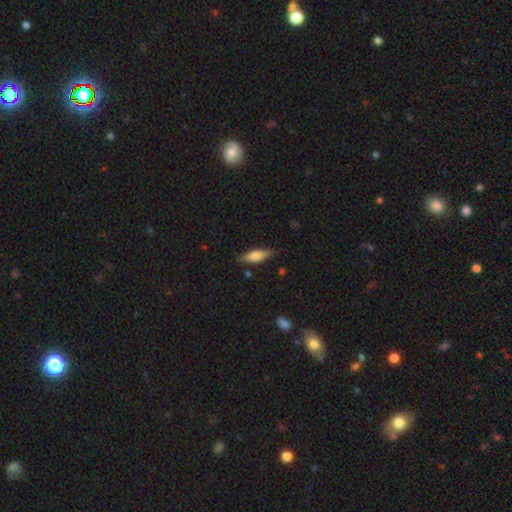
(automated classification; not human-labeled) smooth_or_featured: smooth (p=0.69) [alt: featured or disk p=0.25]
how_rounded: cigar-shaped (p=0.50) [alt: in between p=0.48]
merging: none (p=0.80) [alt: minor disturbance p=0.16]